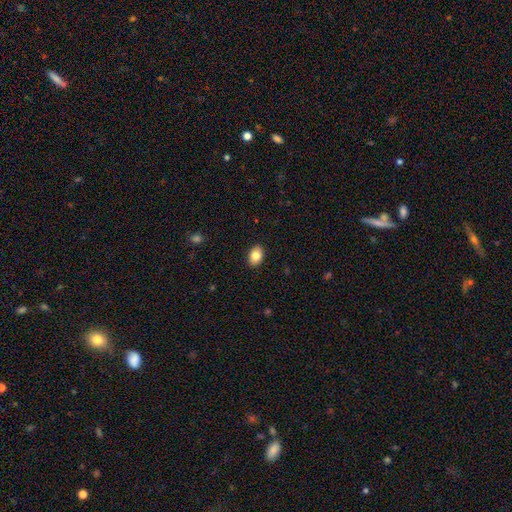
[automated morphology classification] type=smooth (83%); roundness=in between (80%); merging=none (90%).